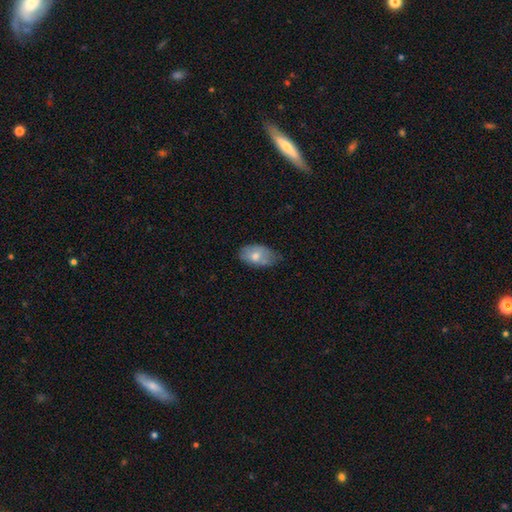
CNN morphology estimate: A smooth galaxy with no disk features (70%) that is in between round and cigar-shaped (91%).

Vote fractions:
- Smooth or featured? smooth: 70% / featured or disk: 23% / star or artifact: 7%
- How rounded? in between: 91% / round: 7% / cigar-shaped: 2%
- Merging? none: 53% / minor disturbance: 38% / major disturbance: 8% / merger: 2%